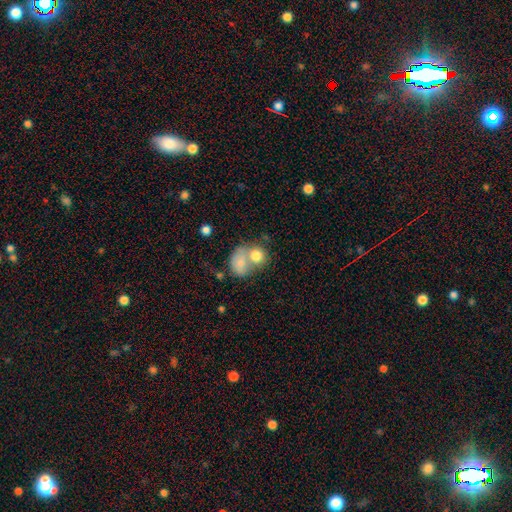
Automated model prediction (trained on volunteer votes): Overall: smooth (75%). How rounded: round (66%; in between 33%). Merging: merger (65%).